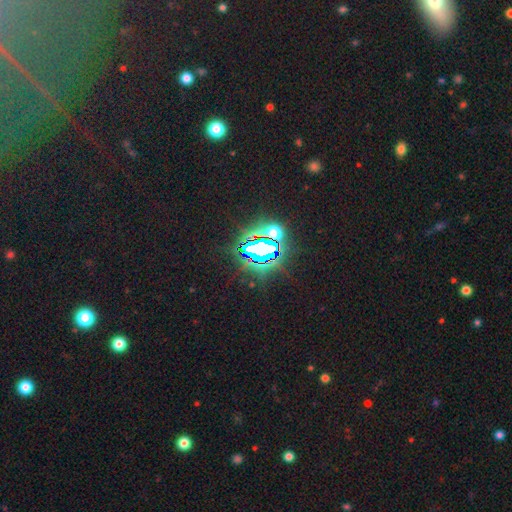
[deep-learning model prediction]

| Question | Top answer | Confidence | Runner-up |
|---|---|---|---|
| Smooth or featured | star or artifact | 81% | smooth (11%) |